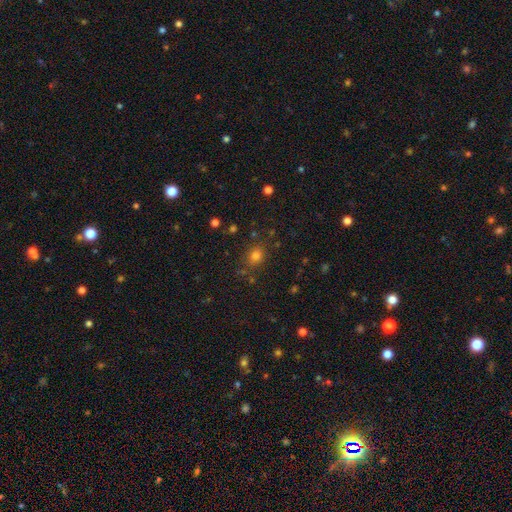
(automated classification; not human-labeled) The model was most divided on "how rounded": round: 71%, in between: 28%, cigar-shaped: 1%. More confident: merging — none (81%); smooth or featured — smooth (76%).